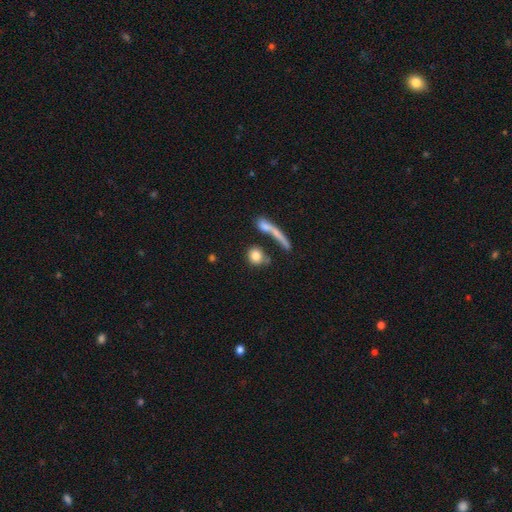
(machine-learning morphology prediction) Smooth or featured: smooth — 79% (featured or disk — 12%)
How rounded: round — 68% (in between — 23%)
Merging: none — 57% (merger — 20%)